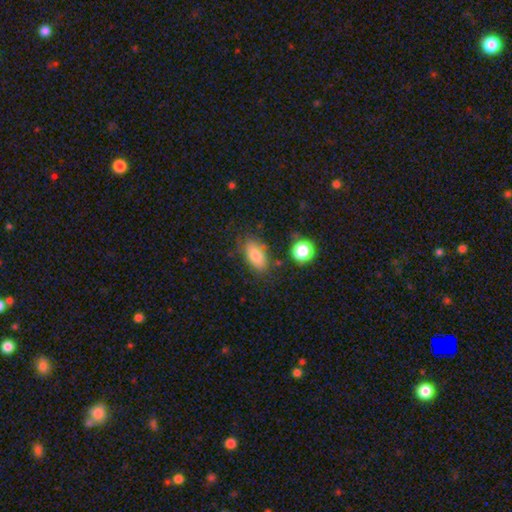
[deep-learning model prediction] Smooth or featured? smooth (81%)
How rounded? in between (89%)
Merging? none (70%)